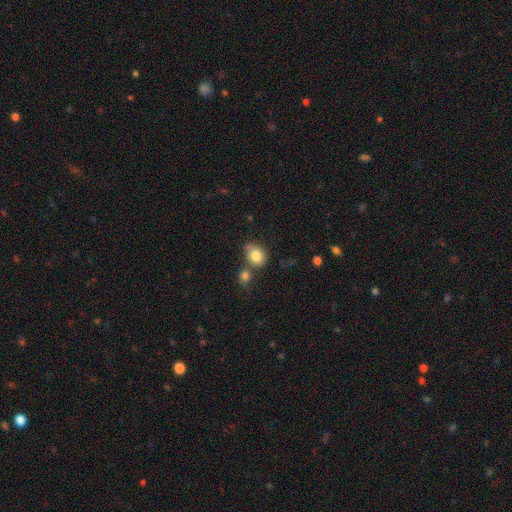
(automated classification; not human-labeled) A smooth galaxy with no disk features (81%) that is round (55%).

Vote fractions:
- Smooth or featured? smooth: 81% / star or artifact: 9% / featured or disk: 9%
- How rounded? round: 55% / in between: 44% / cigar-shaped: 1%
- Merging? none: 53% / merger: 24% / minor disturbance: 18% / major disturbance: 6%